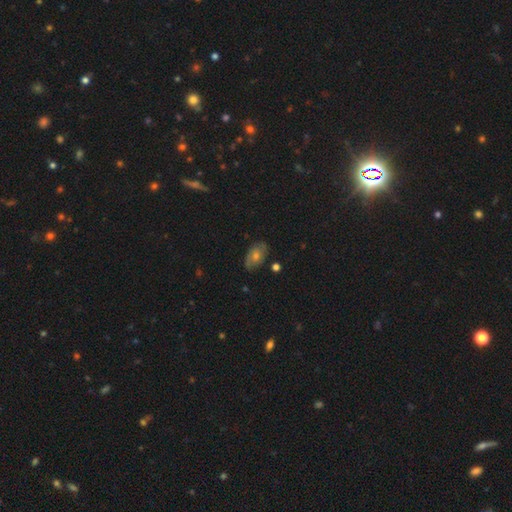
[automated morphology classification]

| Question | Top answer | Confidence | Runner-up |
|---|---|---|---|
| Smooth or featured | featured or disk | 45% | smooth (37%) |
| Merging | none | 77% | minor disturbance (17%) |